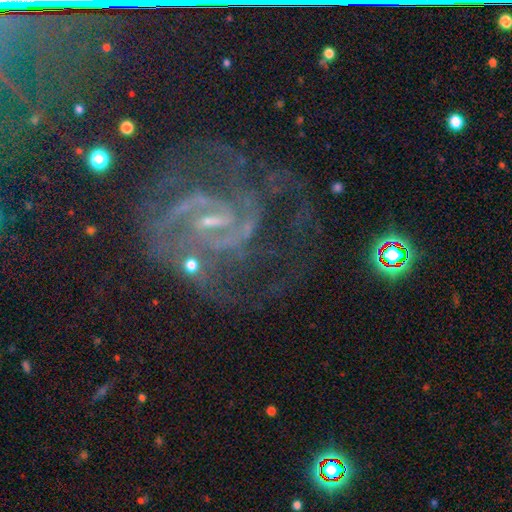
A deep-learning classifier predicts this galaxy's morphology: Smooth or featured? featured or disk (83%)
Edge-on disk? no (98%)
Bar? weak (47%)
Spiral arms? yes (95%)
Spiral winding? medium (46%)
Spiral arm count? 2 (54%)
Bulge size? small (69%)
Merging? none (59%)